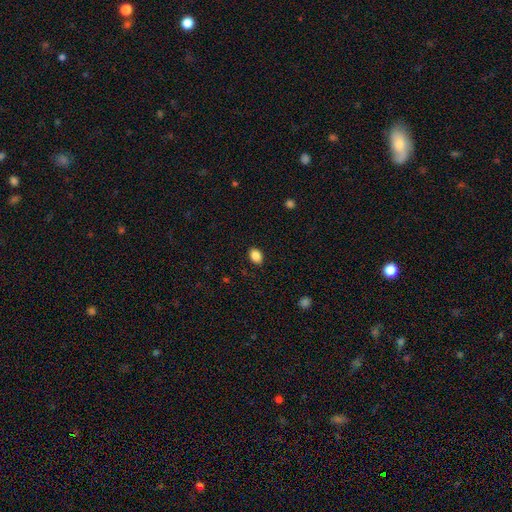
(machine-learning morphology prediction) This appears to be a smooth galaxy with no disk features (87%) that is in between round and cigar-shaped (73%). Merging: none (89%).